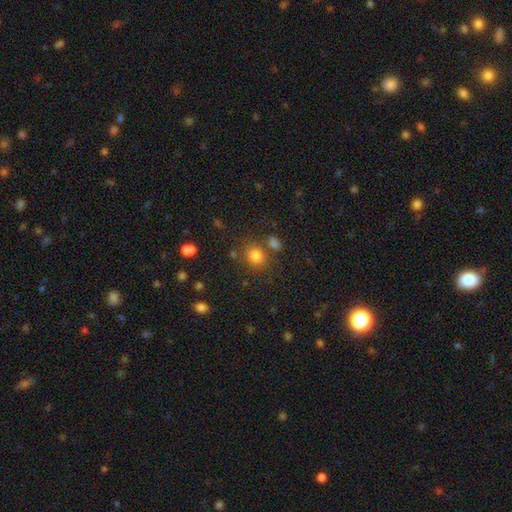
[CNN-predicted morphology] Smooth or featured? Predicted: smooth (p=0.80). How rounded? Predicted: round (p=0.74). Merging? Predicted: none (p=0.71).